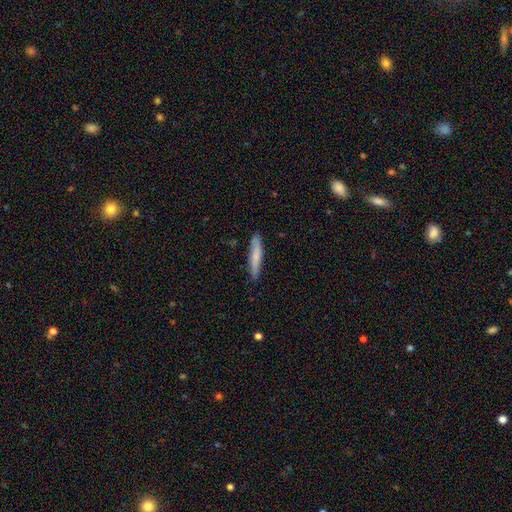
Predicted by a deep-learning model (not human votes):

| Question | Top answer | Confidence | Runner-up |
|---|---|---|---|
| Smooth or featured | smooth | 71% | featured or disk (24%) |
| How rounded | cigar-shaped | 91% | in between (7%) |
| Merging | none | 87% | minor disturbance (11%) |